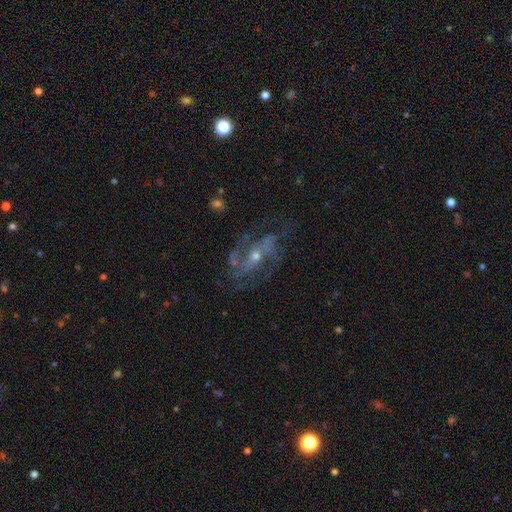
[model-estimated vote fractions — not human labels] Morphology: type=featured or disk (83%); edge-on=no (95%); bar=no (41%); spiral arms=yes (92%); winding=medium (50%); arm count=2 (62%); bulge=small (56%); merging=none (66%).